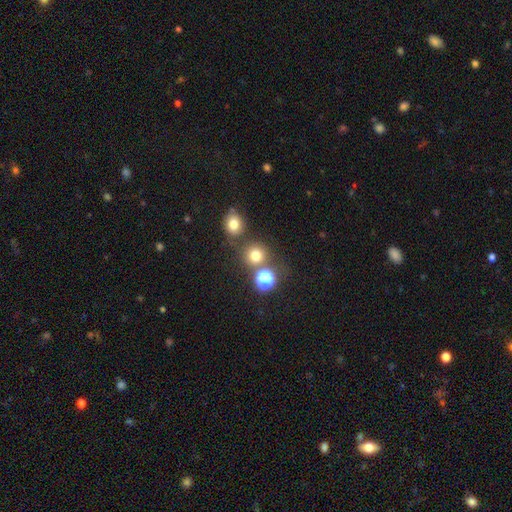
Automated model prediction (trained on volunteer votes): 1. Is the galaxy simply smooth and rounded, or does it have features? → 72% smooth, 21% star or artifact, 7% featured or disk.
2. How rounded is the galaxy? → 89% round, 10% in between, 1% cigar-shaped.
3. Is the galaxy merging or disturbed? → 73% none, 15% merger, 9% minor disturbance, 4% major disturbance.